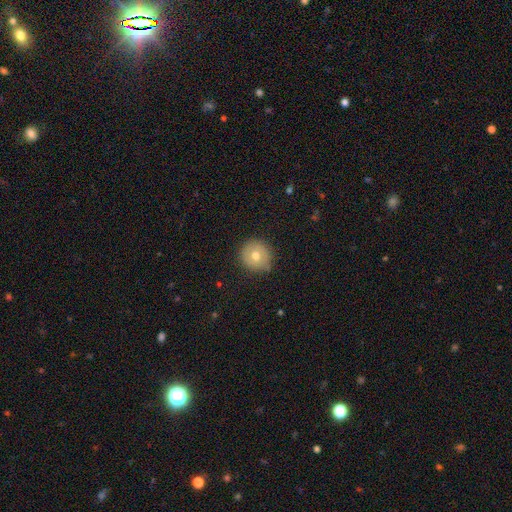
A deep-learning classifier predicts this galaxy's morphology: A smooth galaxy with no disk features (64%) that is round (92%).

Vote fractions:
- Smooth or featured? smooth: 64% / featured or disk: 26% / star or artifact: 10%
- How rounded? round: 92% / in between: 7% / cigar-shaped: 1%
- Merging? none: 82% / minor disturbance: 14% / major disturbance: 3% / merger: 1%